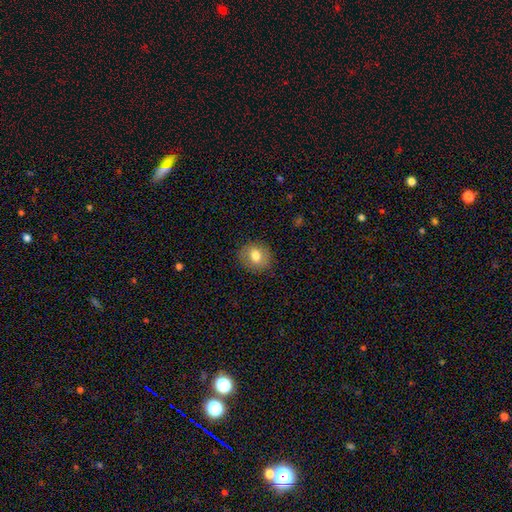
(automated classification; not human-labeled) Q: Smooth or featured?
A: smooth (76%); runner-up: featured or disk (15%)
Q: How rounded?
A: round (74%); runner-up: in between (25%)
Q: Merging?
A: none (85%); runner-up: minor disturbance (11%)